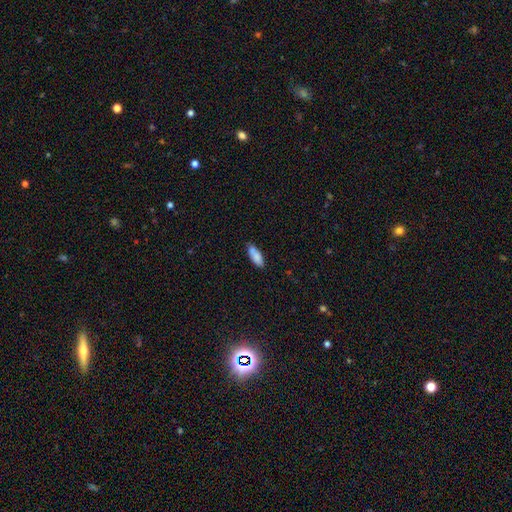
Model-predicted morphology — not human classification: Smooth or featured? Predicted: smooth (p=0.84). How rounded? Predicted: in between (p=0.69). Merging? Predicted: none (p=0.74).